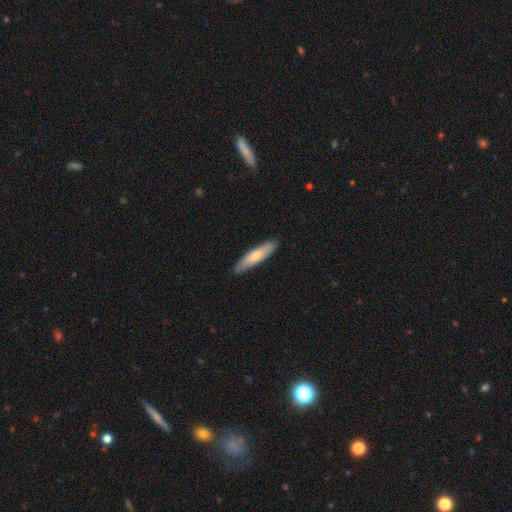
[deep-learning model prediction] Smooth or featured: smooth — 69% (featured or disk — 26%)
How rounded: cigar-shaped — 81% (in between — 18%)
Merging: none — 87% (minor disturbance — 10%)